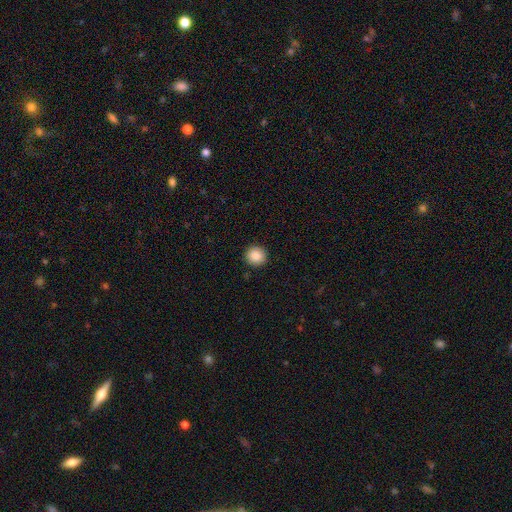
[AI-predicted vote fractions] The model was most divided on "smooth or featured": smooth: 88%, star or artifact: 8%, featured or disk: 4%. More confident: how rounded — round (93%); merging — none (92%).